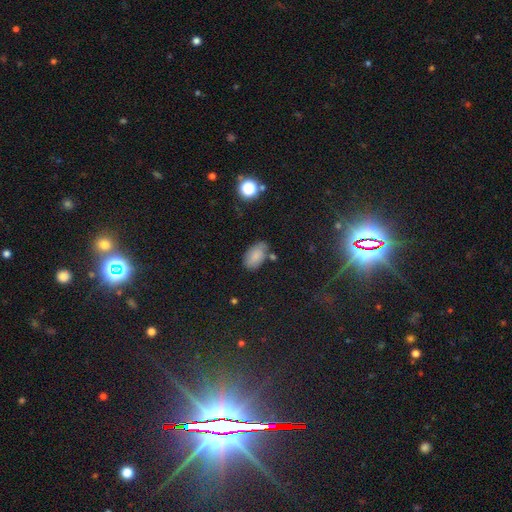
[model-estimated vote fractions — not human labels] A smooth galaxy with no disk features (81%) that is in between round and cigar-shaped (93%).

Vote fractions:
- Smooth or featured? smooth: 81% / star or artifact: 11% / featured or disk: 8%
- How rounded? in between: 93% / round: 6% / cigar-shaped: 2%
- Merging? none: 66% / minor disturbance: 23% / merger: 6% / major disturbance: 5%